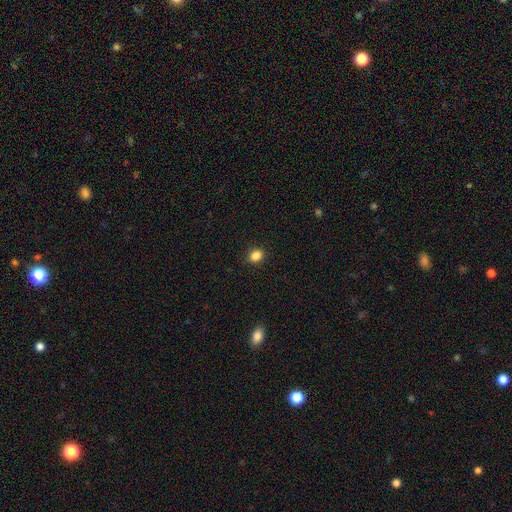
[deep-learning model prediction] A smooth galaxy with no disk features (86%) that is round (60%). Merging: none (90%).